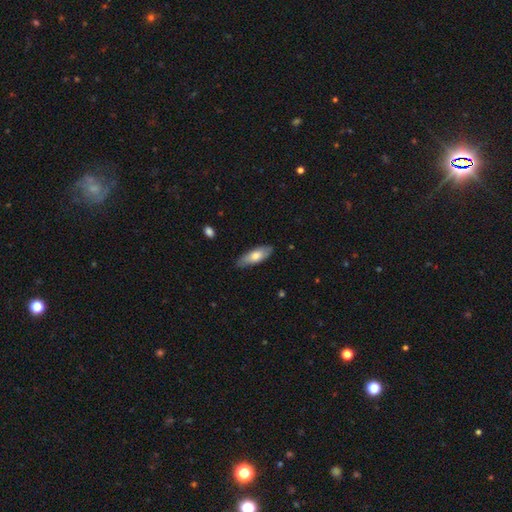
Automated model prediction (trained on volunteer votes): A smooth galaxy with no disk features (68%) that is in between round and cigar-shaped (65%). Merging: none (83%).